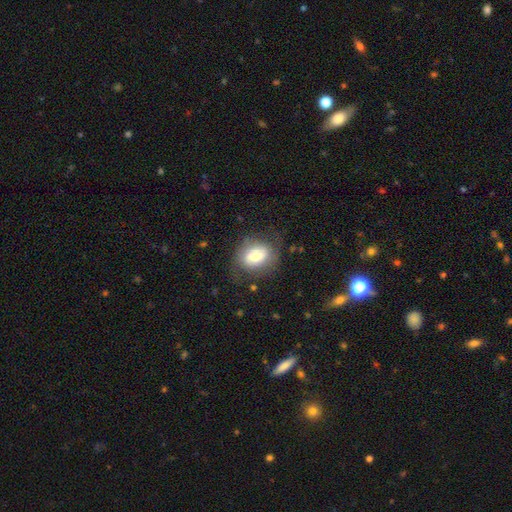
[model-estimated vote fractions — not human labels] A smooth galaxy with no disk features (68%) that is in between round and cigar-shaped (54%). Merging: none (70%).